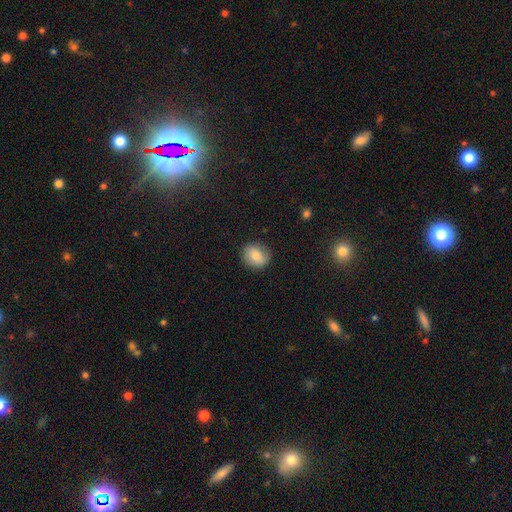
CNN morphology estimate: Smooth or featured? smooth (72%)
How rounded? round (76%)
Merging? none (83%)